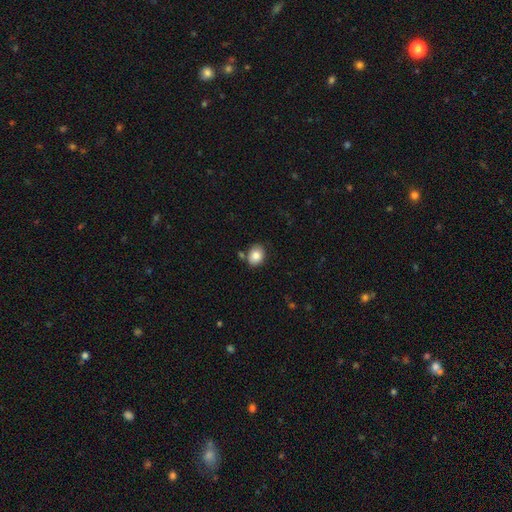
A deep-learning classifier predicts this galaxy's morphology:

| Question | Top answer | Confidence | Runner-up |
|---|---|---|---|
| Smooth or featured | smooth | 85% | star or artifact (8%) |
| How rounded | in between | 58% | round (41%) |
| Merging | none | 76% | minor disturbance (13%) |